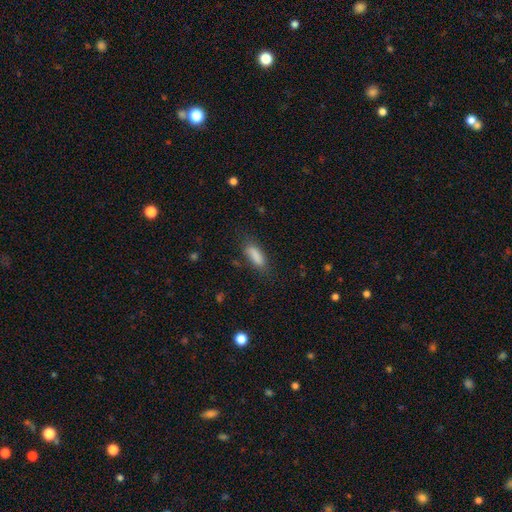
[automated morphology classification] Smooth or featured? Predicted: smooth (p=0.84). How rounded? Predicted: in between (p=0.64). Merging? Predicted: none (p=0.70).